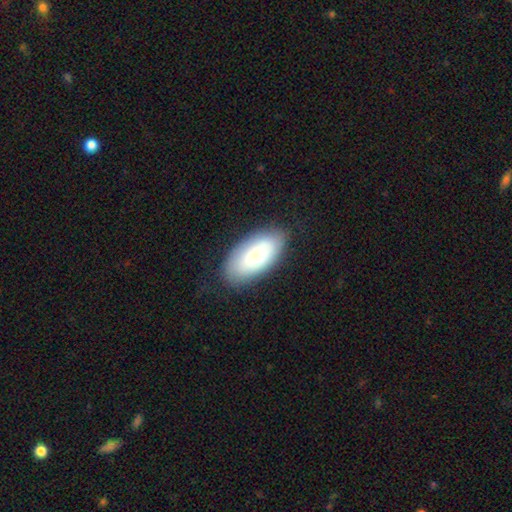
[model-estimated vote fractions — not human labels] Morphology: type=smooth (69%); roundness=in between (93%); merging=none (81%).